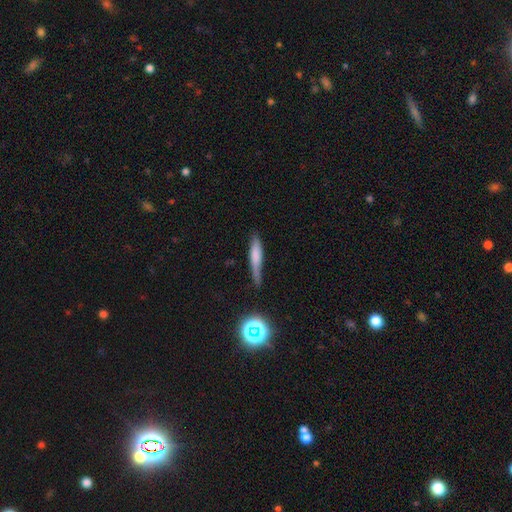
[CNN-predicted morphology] Smooth or featured: smooth — 63% (featured or disk — 28%)
How rounded: cigar-shaped — 86% (in between — 12%)
Merging: none — 59% (minor disturbance — 29%)